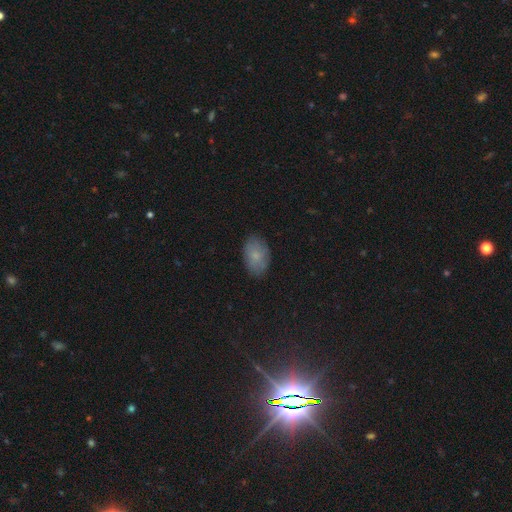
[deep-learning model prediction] Smooth or featured? Predicted: smooth (p=0.77). How rounded? Predicted: in between (p=0.90). Merging? Predicted: none (p=0.82).